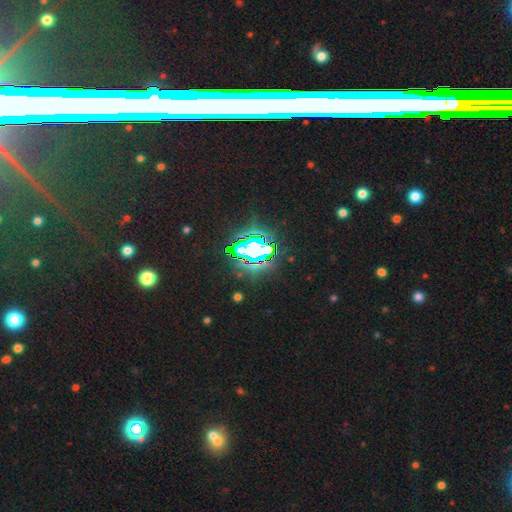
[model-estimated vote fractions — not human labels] star or artifact 74%, smooth 15%, featured or disk 11%.